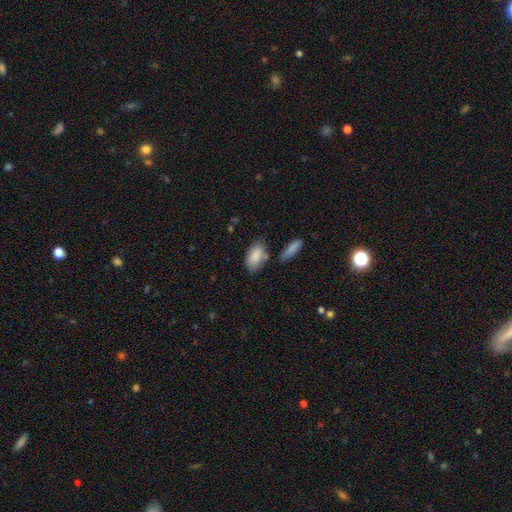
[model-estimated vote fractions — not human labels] smooth 86%, featured or disk 7%, star or artifact 7%. Down the decision tree: how rounded — in between (92%); merging — none (62%).